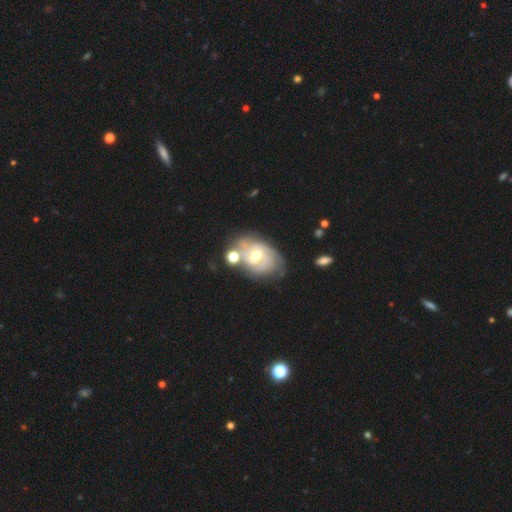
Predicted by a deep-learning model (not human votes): This is likely a featured or disk galaxy (79%). It is clearly not viewed edge-on (96%). Bar: possibly no (53%). Spiral arm pattern: clearly yes (91%). Spiral arm count: marginally can't tell (36%). Spiral winding: likely tight (60%). Central bulge: likely moderate (69%). Merging: possibly none (56%).